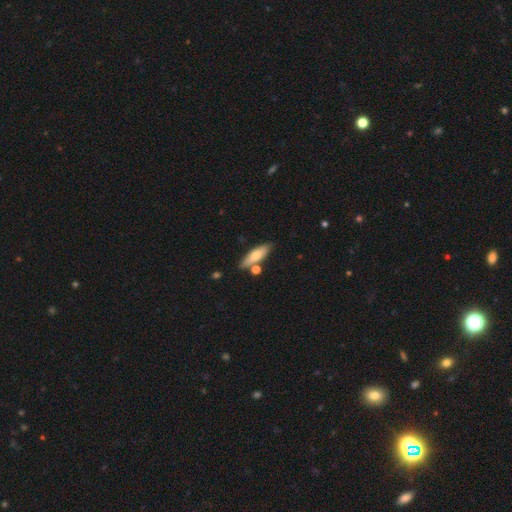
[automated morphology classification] A smooth galaxy with no disk features (69%) that is cigar-shaped (52%). Merging: none (75%).